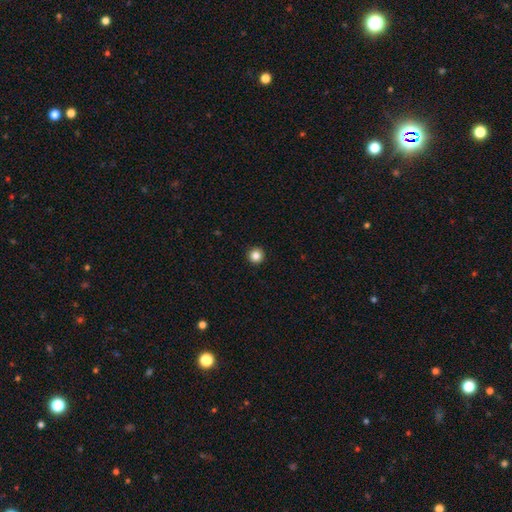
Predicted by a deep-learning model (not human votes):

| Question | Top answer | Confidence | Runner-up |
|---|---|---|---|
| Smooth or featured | smooth | 85% | star or artifact (11%) |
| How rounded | round | 96% | in between (3%) |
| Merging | none | 94% | minor disturbance (4%) |